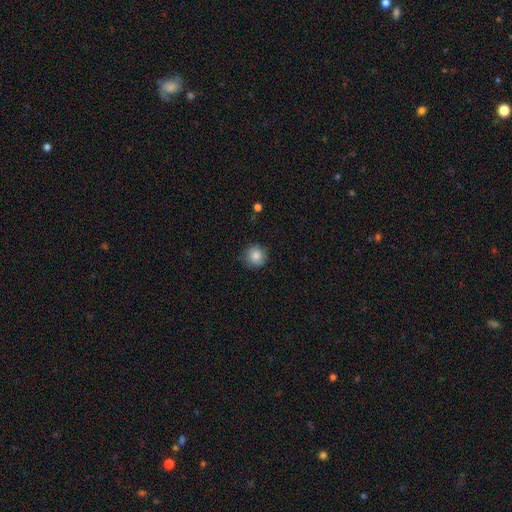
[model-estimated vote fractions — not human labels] Q: Smooth or featured?
A: smooth (86%); runner-up: star or artifact (9%)
Q: How rounded?
A: round (93%); runner-up: in between (6%)
Q: Merging?
A: none (86%); runner-up: minor disturbance (11%)